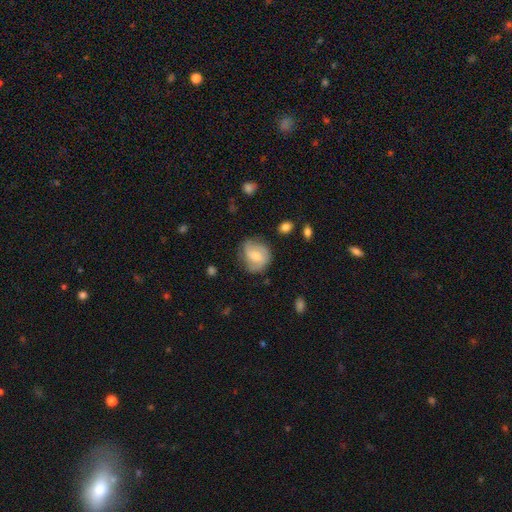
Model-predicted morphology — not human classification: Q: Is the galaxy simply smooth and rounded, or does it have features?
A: featured or disk — 50%.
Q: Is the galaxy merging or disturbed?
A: none — 65%.